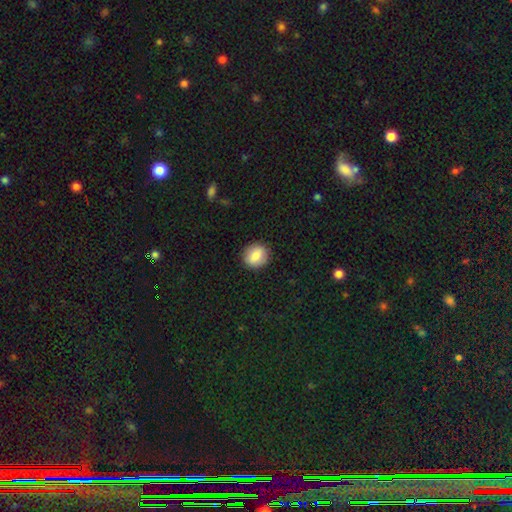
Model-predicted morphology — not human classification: Smooth or featured?
  - smooth: 82% *
  - featured or disk: 10%
  - star or artifact: 8%
How rounded?
  - round: 80% *
  - in between: 19%
  - cigar-shaped: 1%
Merging?
  - none: 89% *
  - minor disturbance: 8%
  - major disturbance: 2%
  - merger: 1%